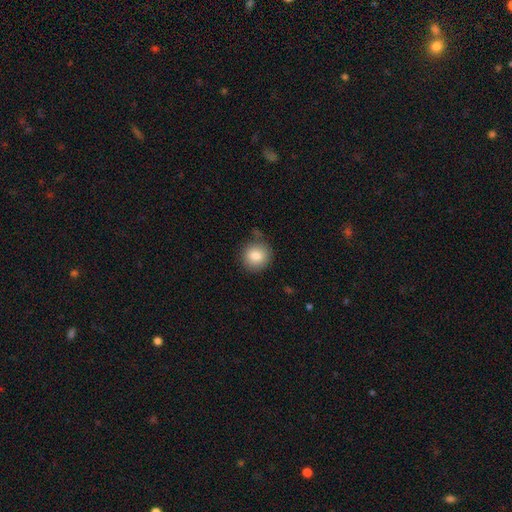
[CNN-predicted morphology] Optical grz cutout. It shows a smooth galaxy with no disk features (84%) that is round (90%). Merging: none (81%).